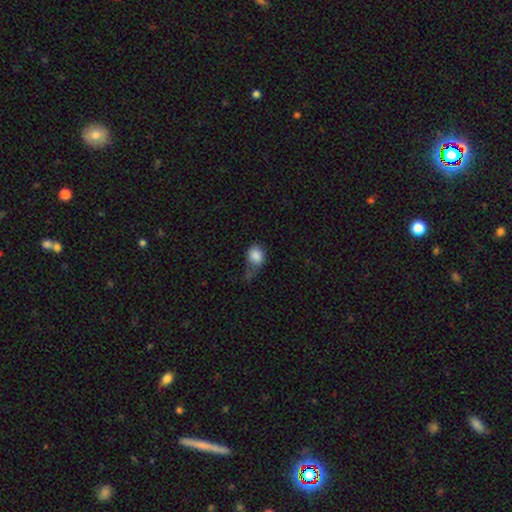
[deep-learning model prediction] Smooth or featured? smooth (85%)
How rounded? round (54%)
Merging? minor disturbance (32%)